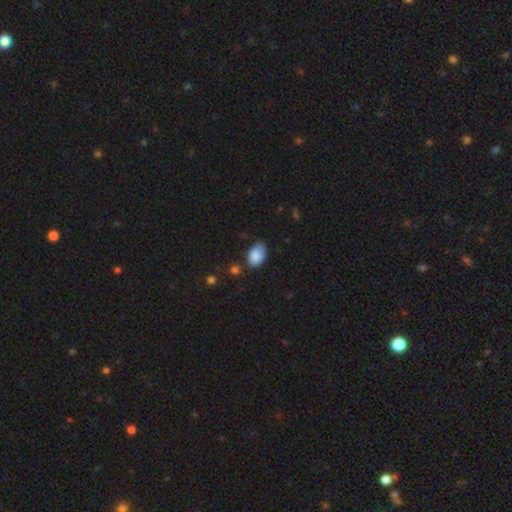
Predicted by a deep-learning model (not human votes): Morphology: type=smooth (86%); roundness=in between (86%); merging=none (57%).